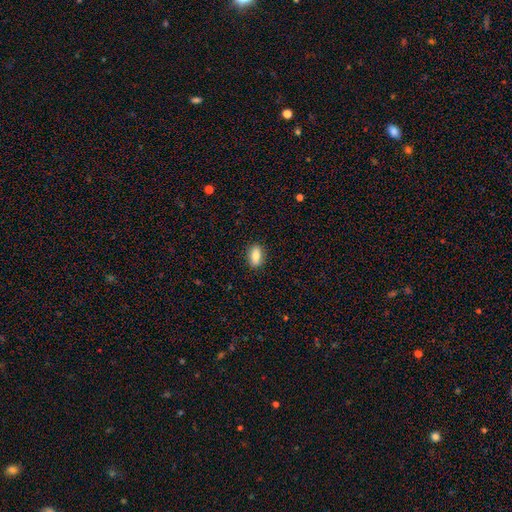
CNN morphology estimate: smooth_or_featured: smooth (p=0.80) [alt: featured or disk p=0.13]
how_rounded: in between (p=0.84) [alt: round p=0.08]
merging: none (p=0.87) [alt: minor disturbance p=0.10]